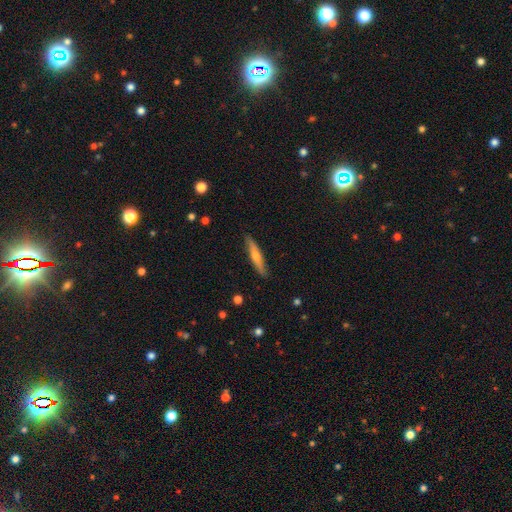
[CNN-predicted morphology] Smooth or featured: smooth — 48% (featured or disk — 46%)
Merging: none — 88% (minor disturbance — 9%)